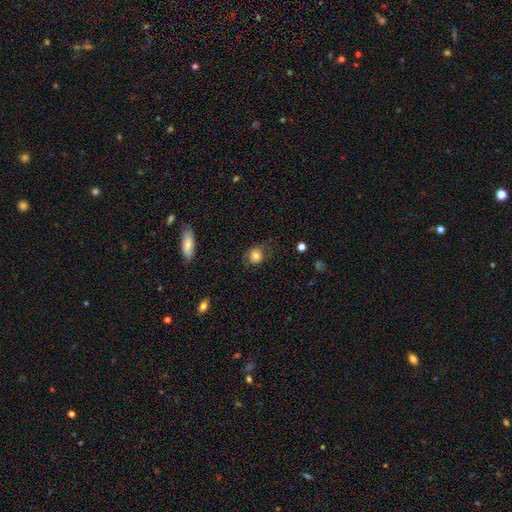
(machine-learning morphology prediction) smooth 80%, star or artifact 10%, featured or disk 10%. Down the decision tree: how rounded — round (78%); merging — none (71%).